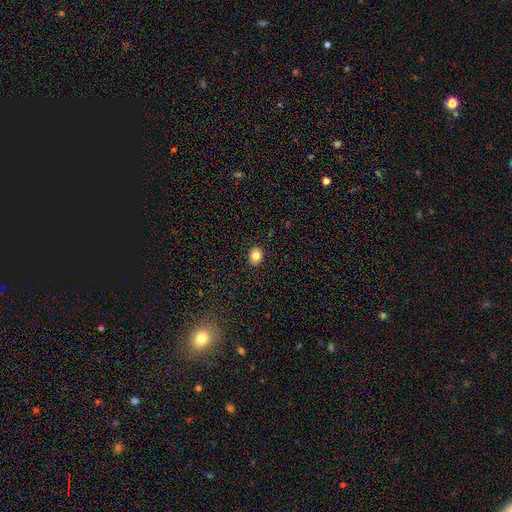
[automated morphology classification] Smooth or featured? smooth (83%)
How rounded? round (56%)
Merging? none (90%)